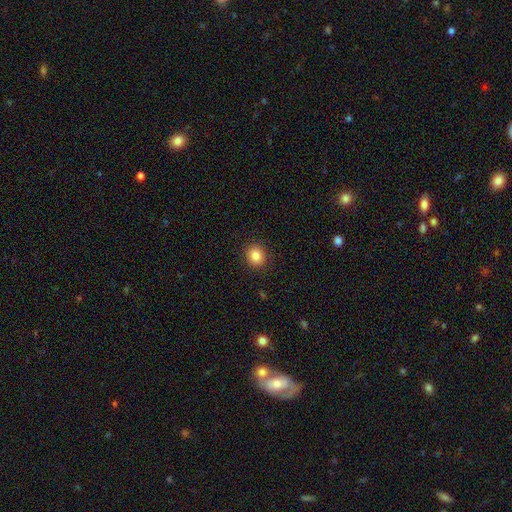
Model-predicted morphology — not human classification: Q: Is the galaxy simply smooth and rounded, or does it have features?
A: smooth — 85%.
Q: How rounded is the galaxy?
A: round — 80%.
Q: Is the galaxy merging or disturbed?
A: none — 90%.